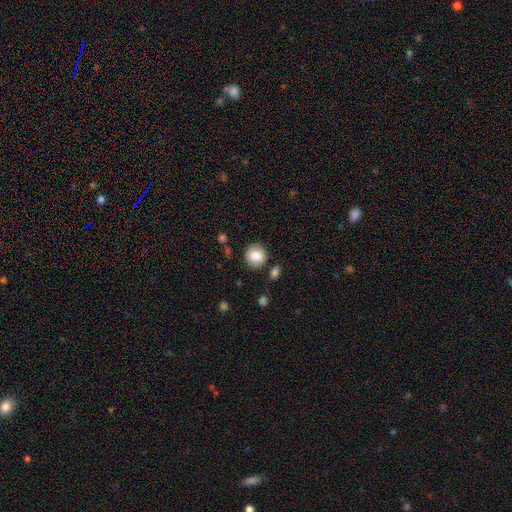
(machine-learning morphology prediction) Q: Smooth or featured?
A: smooth (84%); runner-up: star or artifact (8%)
Q: How rounded?
A: round (86%); runner-up: in between (13%)
Q: Merging?
A: none (83%); runner-up: minor disturbance (10%)